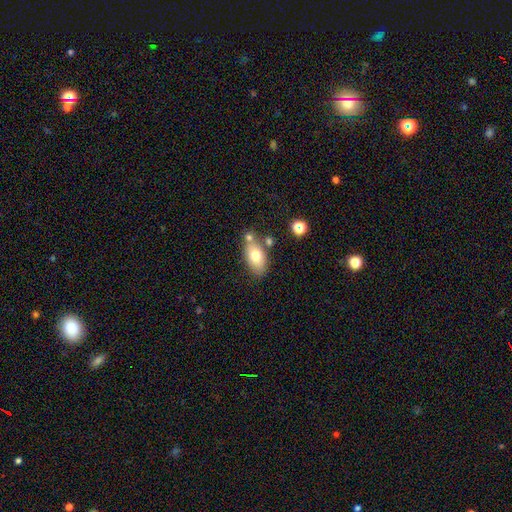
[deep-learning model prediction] Overall: smooth (73%). How rounded: in between (90%). Merging: none (64%).